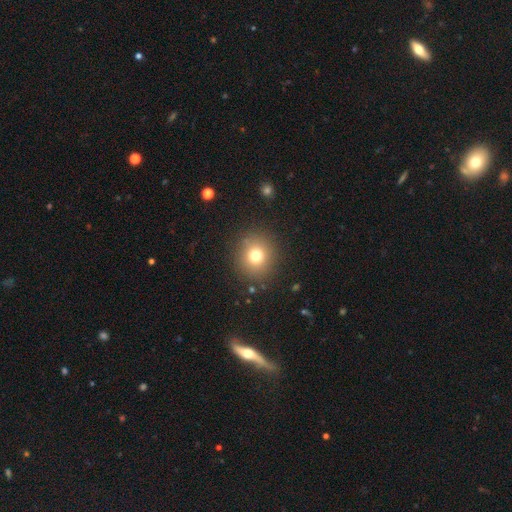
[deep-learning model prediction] A smooth galaxy with no disk features (74%) that is round (88%). Merging: none (88%).